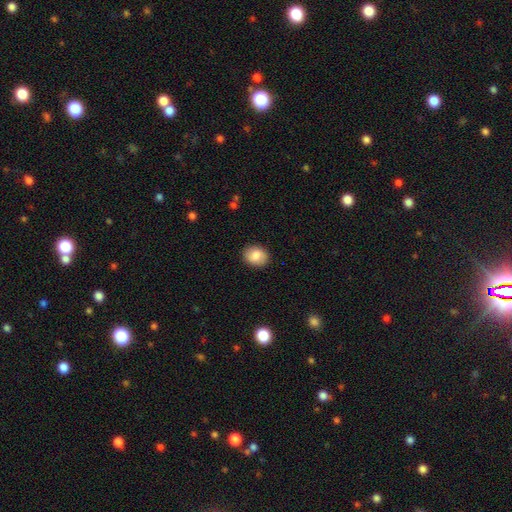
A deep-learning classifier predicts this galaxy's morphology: Smooth or featured: smooth — 82% (featured or disk — 10%)
How rounded: in between — 51% (round — 48%)
Merging: none — 88% (minor disturbance — 9%)